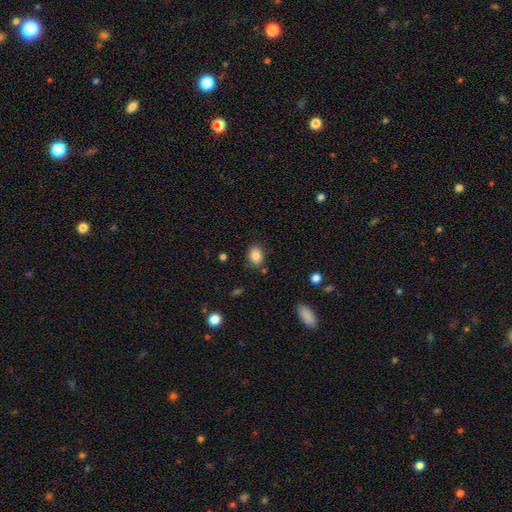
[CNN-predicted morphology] Smooth or featured?
  - smooth: 85% *
  - star or artifact: 9%
  - featured or disk: 6%
How rounded?
  - in between: 70% *
  - round: 29%
  - cigar-shaped: 1%
Merging?
  - none: 82% *
  - minor disturbance: 12%
  - merger: 3%
  - major disturbance: 3%